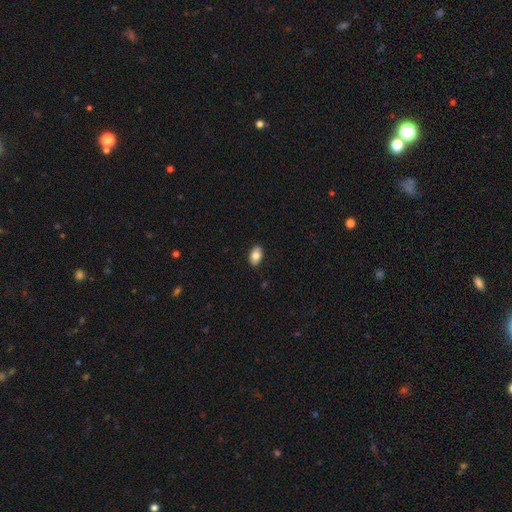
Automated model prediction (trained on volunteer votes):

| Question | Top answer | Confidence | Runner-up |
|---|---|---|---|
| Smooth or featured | smooth | 81% | featured or disk (12%) |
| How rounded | in between | 92% | round (7%) |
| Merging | none | 88% | minor disturbance (9%) |